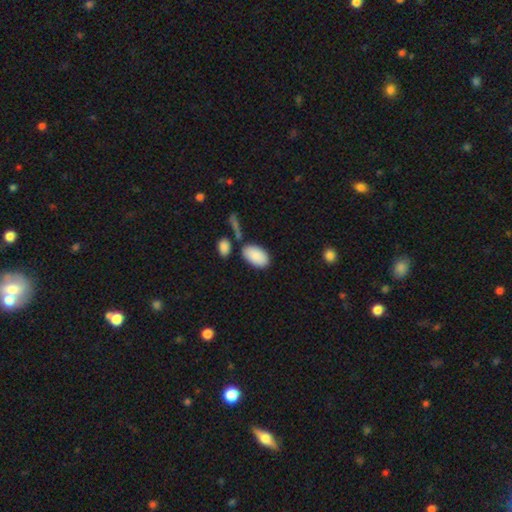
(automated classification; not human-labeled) smooth-or-featured: smooth: 88% | star or artifact: 6% | featured or disk: 6%
  how-rounded: in between: 95% | round: 4% | cigar-shaped: 2%
  merging: none: 75% | minor disturbance: 13% | merger: 9% | major disturbance: 4%